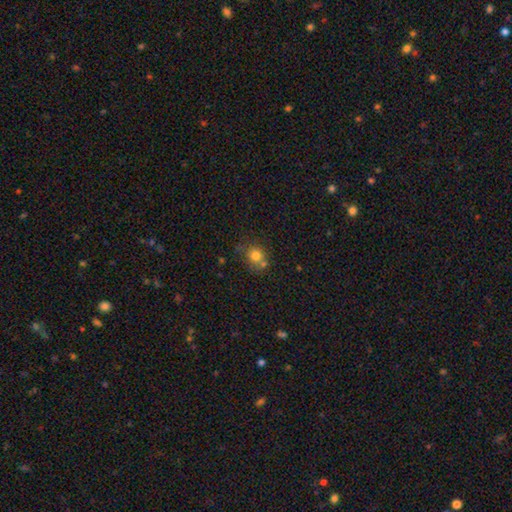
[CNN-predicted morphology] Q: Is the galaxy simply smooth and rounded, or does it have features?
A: smooth — 76%.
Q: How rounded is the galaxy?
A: round — 77%.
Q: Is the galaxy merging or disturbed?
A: none — 52%.